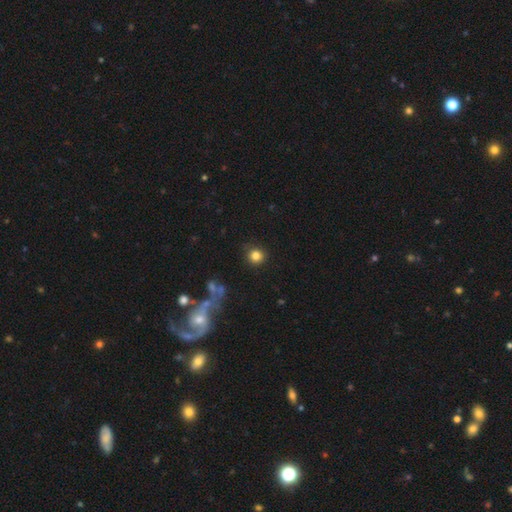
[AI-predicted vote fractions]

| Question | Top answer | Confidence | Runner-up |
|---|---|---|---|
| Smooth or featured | smooth | 83% | star or artifact (11%) |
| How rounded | round | 91% | in between (8%) |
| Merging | none | 85% | minor disturbance (9%) |